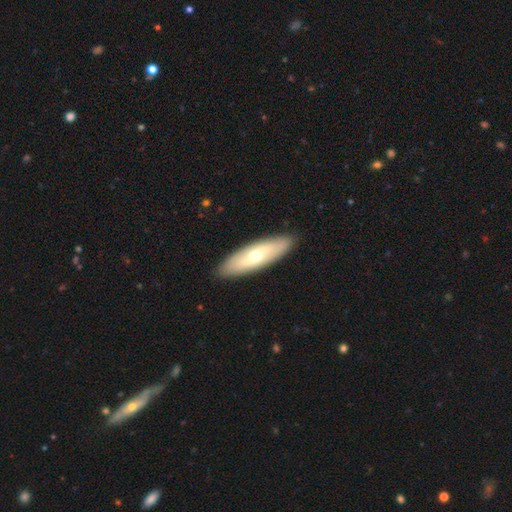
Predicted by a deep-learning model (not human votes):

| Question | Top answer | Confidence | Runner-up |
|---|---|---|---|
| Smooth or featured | smooth | 48% | featured or disk (46%) |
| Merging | none | 90% | minor disturbance (8%) |